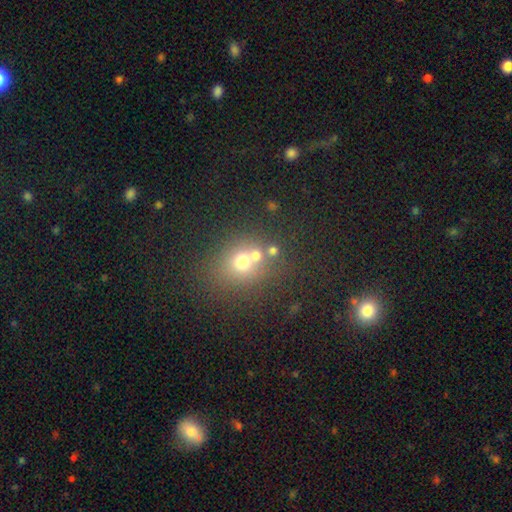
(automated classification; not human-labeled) This appears to be a smooth galaxy with no disk features (64%) that is round (76%). Merging: none (49%).